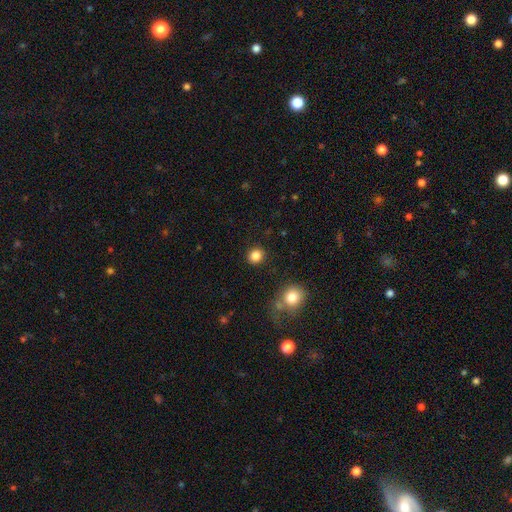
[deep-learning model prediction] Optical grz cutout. It shows a smooth galaxy with no disk features (85%) that is round (85%). Merging: none (90%).